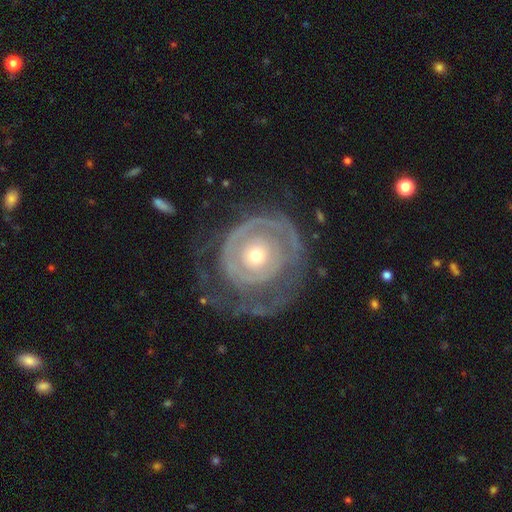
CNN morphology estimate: type=featured or disk (81%); edge-on=no (97%); bar=no (85%); spiral arms=yes (78%); winding=tight (76%); arm count=can't tell (40%); bulge=moderate (48%); merging=none (52%).